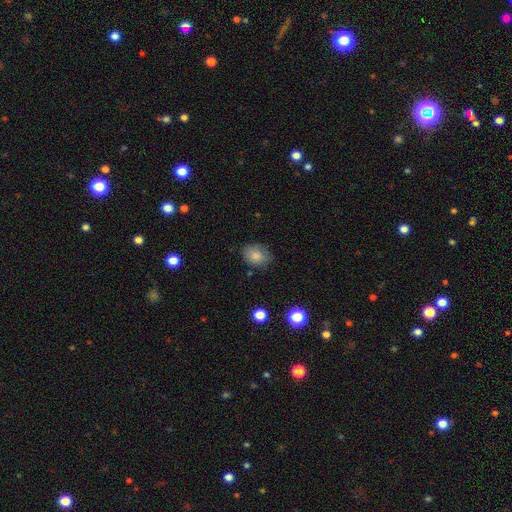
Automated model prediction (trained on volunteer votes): A smooth galaxy with no disk features (84%) that is in between round and cigar-shaped (67%). Merging: none (75%).